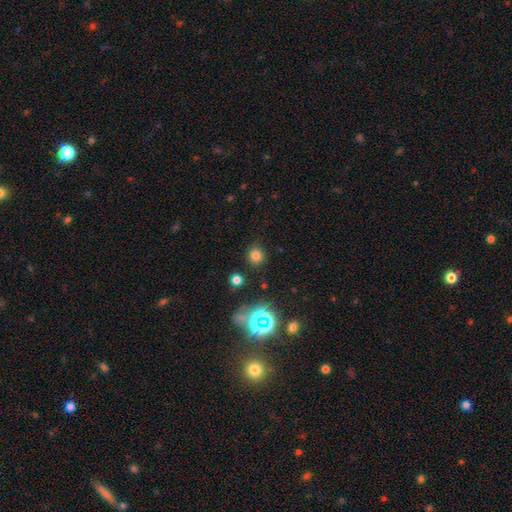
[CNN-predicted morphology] Smooth or featured: smooth — 74% (star or artifact — 20%)
How rounded: round — 88% (in between — 11%)
Merging: none — 87% (minor disturbance — 8%)